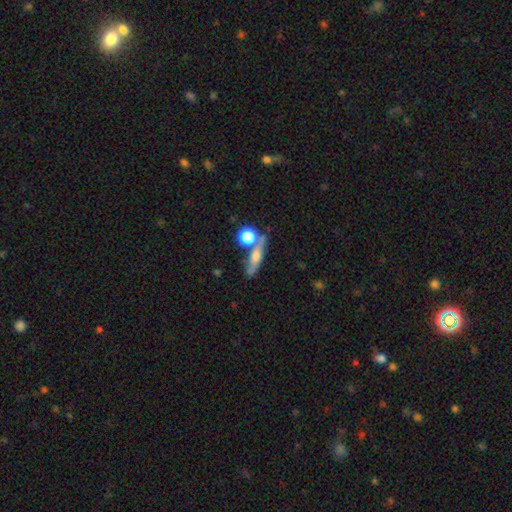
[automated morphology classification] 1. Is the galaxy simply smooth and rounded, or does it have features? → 49% smooth, 38% featured or disk, 13% star or artifact.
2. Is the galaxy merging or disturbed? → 61% none, 18% merger, 14% minor disturbance, 7% major disturbance.